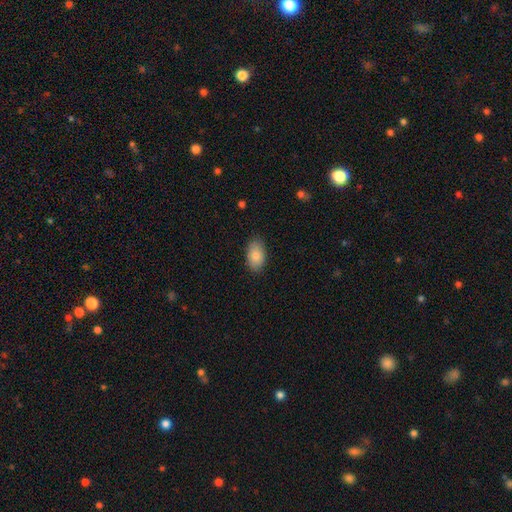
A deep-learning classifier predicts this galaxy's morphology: smooth 86%, featured or disk 8%, star or artifact 6%. Down the decision tree: how rounded — in between (93%); merging — none (85%).